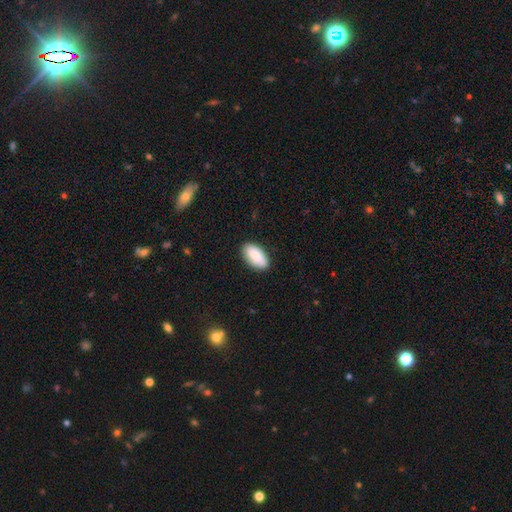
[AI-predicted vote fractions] Smooth or featured? smooth (86%)
How rounded? in between (94%)
Merging? none (85%)